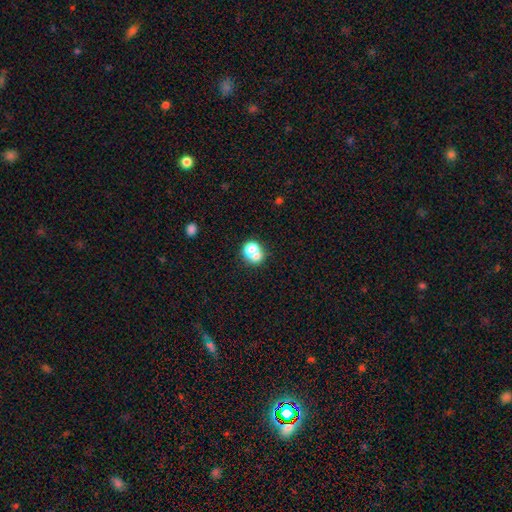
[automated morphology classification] type=smooth (69%); roundness=round (73%); merging=merger (54%).